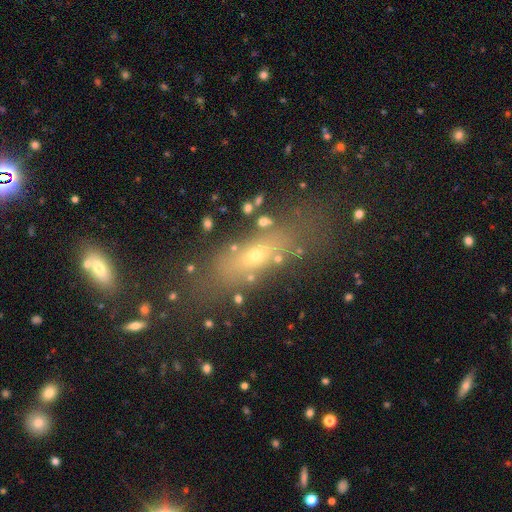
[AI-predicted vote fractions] The model was most divided on "how rounded": in between: 54%, cigar-shaped: 39%, round: 7%. More confident: merging — none (70%); smooth or featured — smooth (55%).